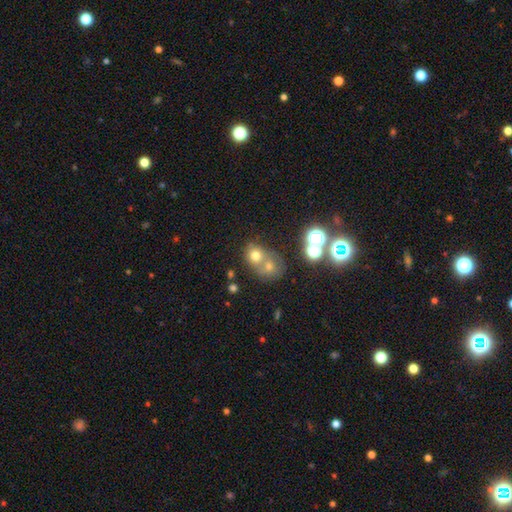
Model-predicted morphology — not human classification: This is likely a smooth galaxy (65%). How rounded: likely round (72%). Merging: possibly merger (54%).